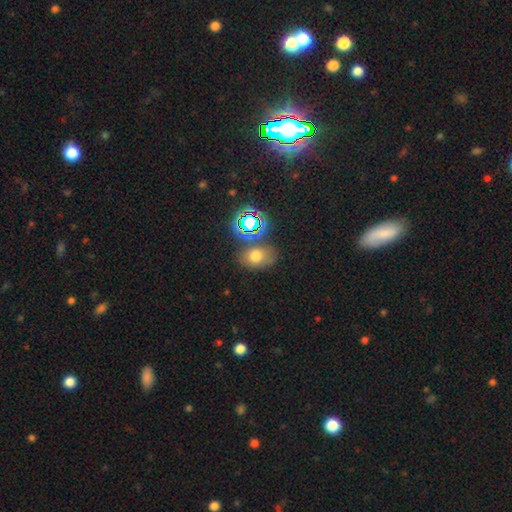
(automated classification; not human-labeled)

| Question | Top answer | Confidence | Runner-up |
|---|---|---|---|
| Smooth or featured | smooth | 64% | star or artifact (23%) |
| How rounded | in between | 69% | round (30%) |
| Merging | none | 69% | minor disturbance (15%) |